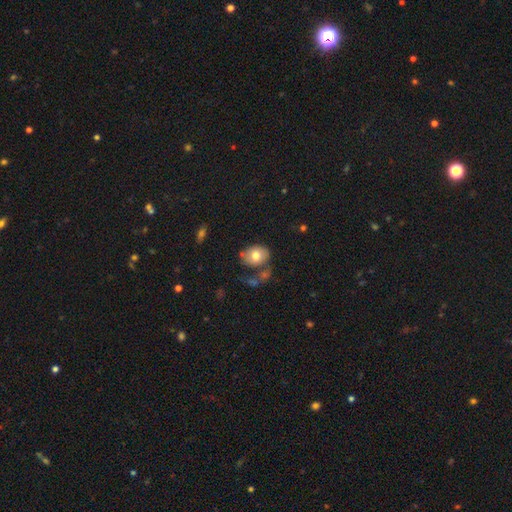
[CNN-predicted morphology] smooth_or_featured: smooth (p=0.74) [alt: featured or disk p=0.18]
how_rounded: in between (p=0.57) [alt: round p=0.42]
merging: none (p=0.53) [alt: minor disturbance p=0.20]